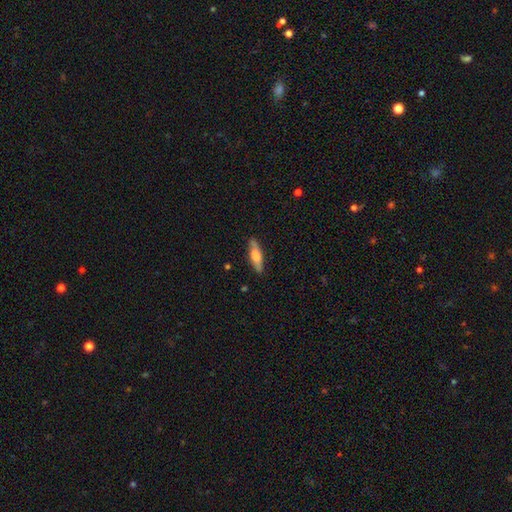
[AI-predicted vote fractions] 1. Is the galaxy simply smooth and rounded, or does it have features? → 51% smooth, 43% featured or disk, 6% star or artifact.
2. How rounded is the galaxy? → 66% cigar-shaped, 32% in between, 2% round.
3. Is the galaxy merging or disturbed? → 86% none, 11% minor disturbance, 2% major disturbance, 1% merger.